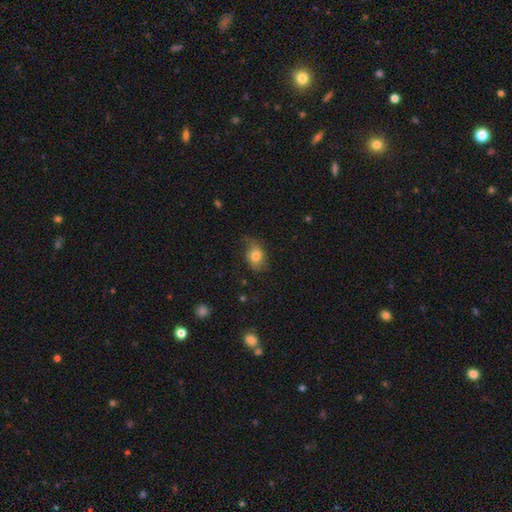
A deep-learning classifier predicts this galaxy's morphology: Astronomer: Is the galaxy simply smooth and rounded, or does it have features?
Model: smooth — 79%.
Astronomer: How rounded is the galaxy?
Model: in between — 75%.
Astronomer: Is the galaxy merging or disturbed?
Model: none — 63%.